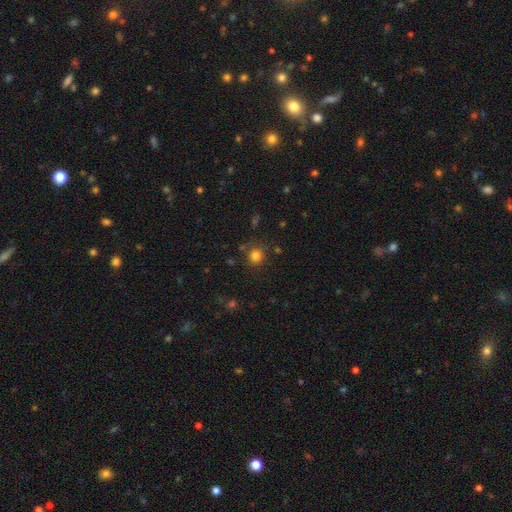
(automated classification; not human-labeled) Morphology: type=smooth (81%); roundness=round (89%); merging=none (80%).